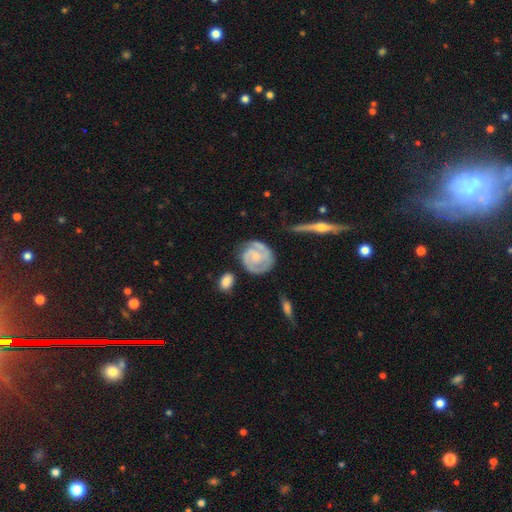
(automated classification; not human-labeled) Overall: featured or disk (79%). Edge-on disk: no (98%). Bar: no (62%; weak 31%). Spiral arms: yes (94%). Spiral arm count: 2 (67%). Spiral winding: tight (57%; medium 34%). Bulge size: small (59%; moderate 26%). Merging: none (68%).